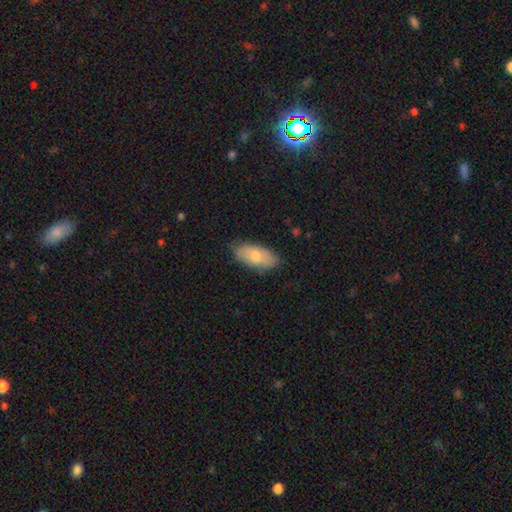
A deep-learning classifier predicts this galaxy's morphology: smooth 73%, featured or disk 21%, star or artifact 6%. Down the decision tree: how rounded — in between (90%); merging — none (80%).